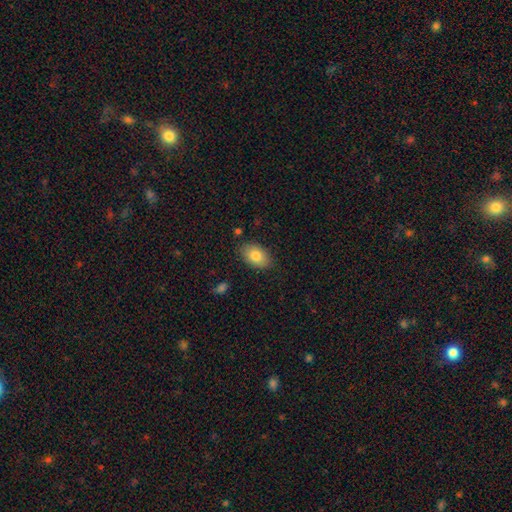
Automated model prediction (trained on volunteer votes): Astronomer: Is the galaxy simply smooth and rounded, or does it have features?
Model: smooth — 82%.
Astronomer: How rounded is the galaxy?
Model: in between — 89%.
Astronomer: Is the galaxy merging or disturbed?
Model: none — 84%.